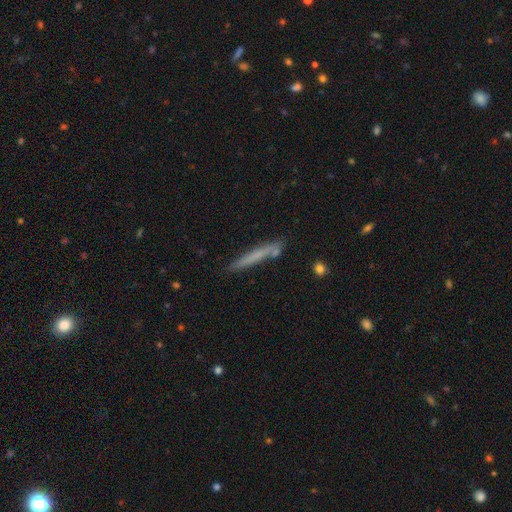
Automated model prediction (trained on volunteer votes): smooth_or_featured: smooth (p=0.63) [alt: featured or disk p=0.30]
how_rounded: cigar-shaped (p=0.96) [alt: in between p=0.03]
merging: none (p=0.80) [alt: minor disturbance p=0.13]